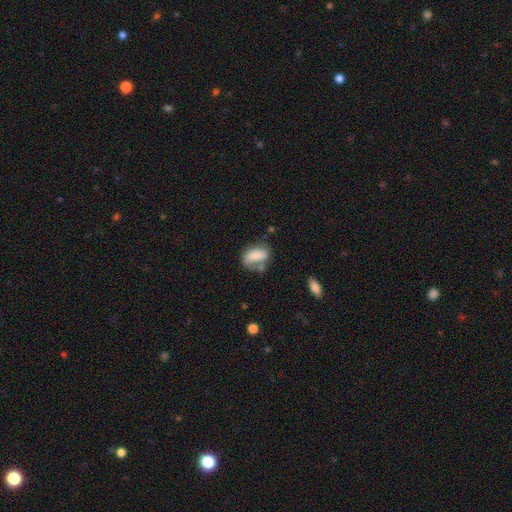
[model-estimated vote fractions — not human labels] smooth_or_featured: smooth (p=0.62) [alt: featured or disk p=0.30]
how_rounded: in between (p=0.81) [alt: round p=0.13]
merging: none (p=0.46) [alt: minor disturbance p=0.26]